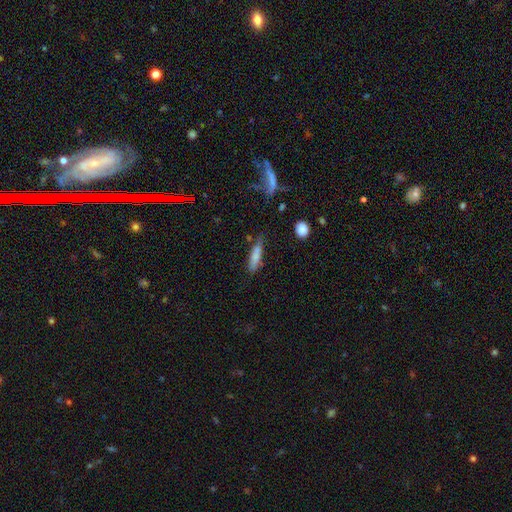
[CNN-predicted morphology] A smooth galaxy with no disk features (77%) that is cigar-shaped (72%).

Vote fractions:
- Smooth or featured? smooth: 77% / featured or disk: 16% / star or artifact: 8%
- How rounded? cigar-shaped: 72% / in between: 26% / round: 2%
- Merging? none: 66% / minor disturbance: 24% / major disturbance: 6% / merger: 5%